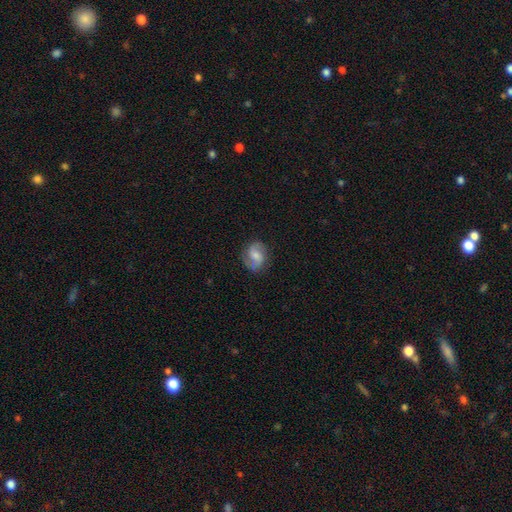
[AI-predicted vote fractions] Smooth or featured?
  - featured or disk: 53% *
  - smooth: 39%
  - star or artifact: 8%
Edge-on disk?
  - no: 97% *
  - yes: 3%
Bar?
  - weak: 48% *
  - no: 36%
  - strong: 16%
Spiral arms?
  - yes: 88% *
  - no: 12%
Bulge size?
  - moderate: 41% *
  - small: 30%
  - none: 15%
  - large: 12%
  - dominant: 2%
Merging?
  - none: 74% *
  - minor disturbance: 18%
  - major disturbance: 7%
  - merger: 1%